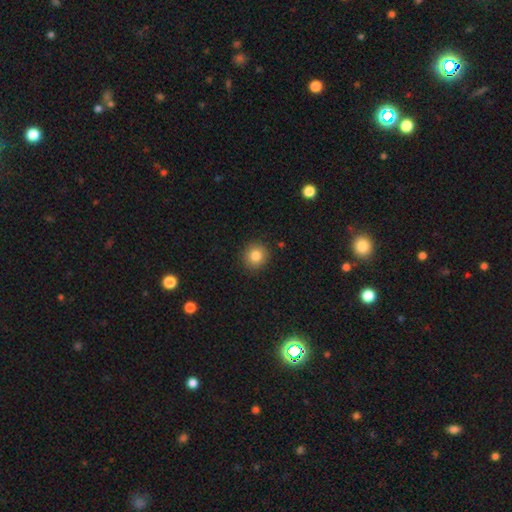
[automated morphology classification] Smooth or featured? Predicted: smooth (p=0.83). How rounded? Predicted: round (p=0.91). Merging? Predicted: none (p=0.91).